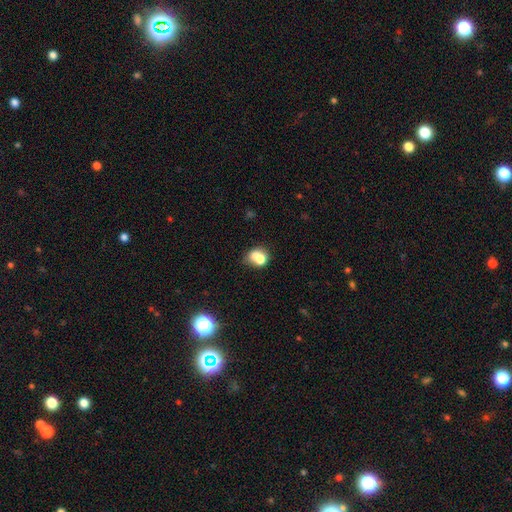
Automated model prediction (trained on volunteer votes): Morphology: type=smooth (70%); roundness=round (57%); merging=merger (38%).